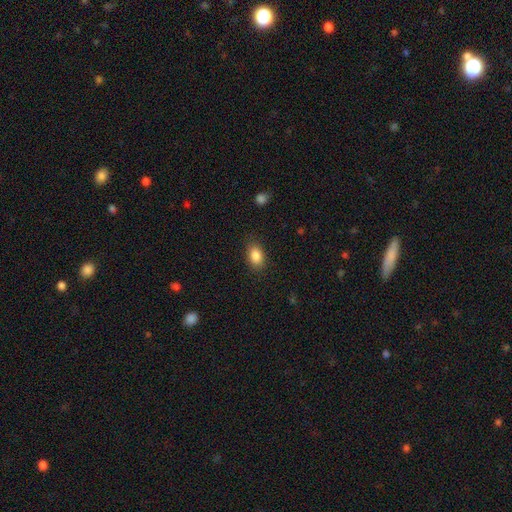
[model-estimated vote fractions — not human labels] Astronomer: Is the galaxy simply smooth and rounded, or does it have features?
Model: smooth — 86%.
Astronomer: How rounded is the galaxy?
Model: in between — 84%.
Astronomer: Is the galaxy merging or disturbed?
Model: none — 85%.